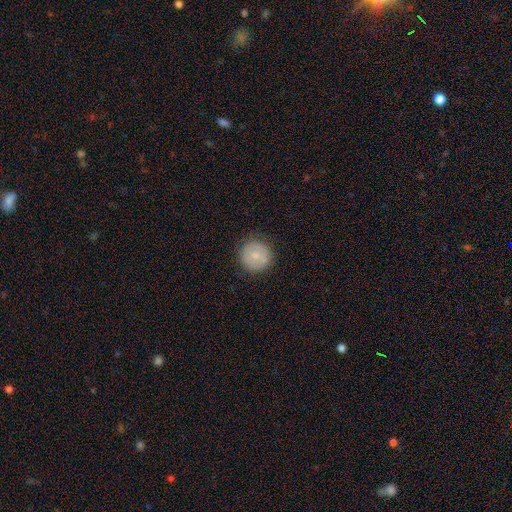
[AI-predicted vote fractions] This is likely a smooth galaxy (73%). How rounded: clearly round (94%). Merging: clearly none (85%).